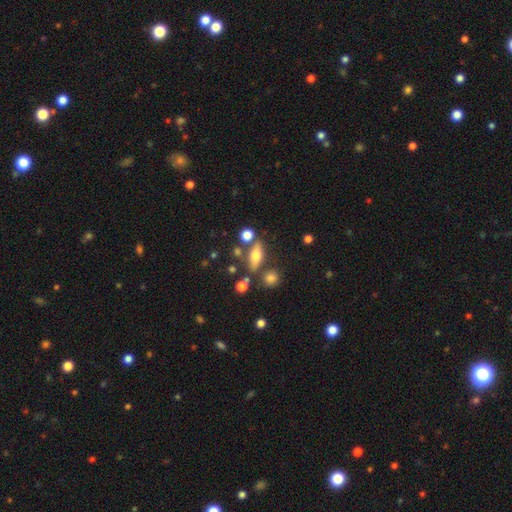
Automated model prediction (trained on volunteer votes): Smooth or featured?
  - smooth: 58% *
  - featured or disk: 32%
  - star or artifact: 11%
How rounded?
  - in between: 60% *
  - cigar-shaped: 32%
  - round: 8%
Merging?
  - none: 72% *
  - minor disturbance: 12%
  - merger: 11%
  - major disturbance: 5%